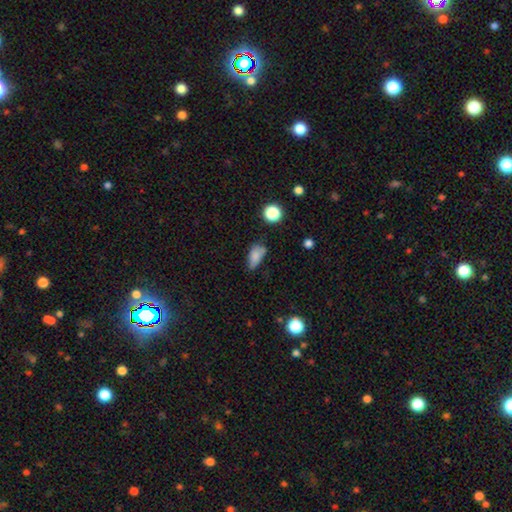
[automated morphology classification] A smooth galaxy with no disk features (77%) that is in between round and cigar-shaped (85%).

Vote fractions:
- Smooth or featured? smooth: 77% / featured or disk: 12% / star or artifact: 11%
- How rounded? in between: 85% / cigar-shaped: 8% / round: 7%
- Merging? none: 46% / minor disturbance: 34% / major disturbance: 11% / merger: 9%